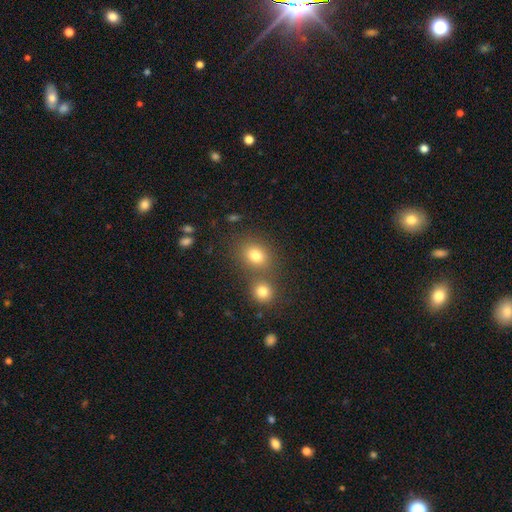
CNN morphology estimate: smooth-or-featured: smooth: 78% | star or artifact: 14% | featured or disk: 8%
  how-rounded: round: 61% | in between: 38% | cigar-shaped: 1%
  merging: none: 59% | merger: 28% | minor disturbance: 9% | major disturbance: 4%